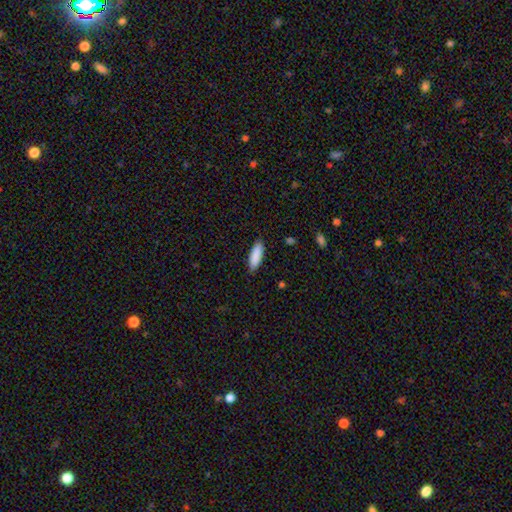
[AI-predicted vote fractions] Morphology: type=smooth (89%); roundness=in between (56%); merging=none (87%).